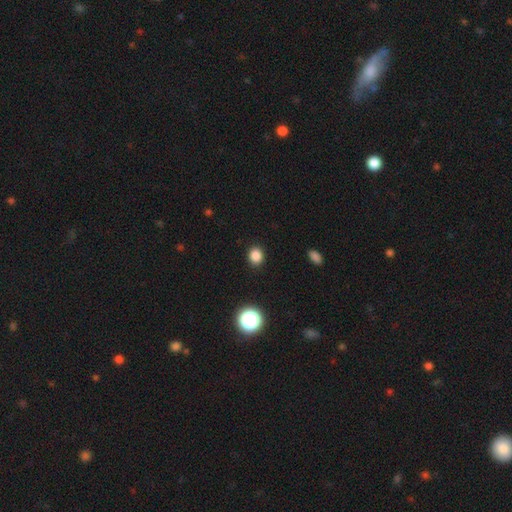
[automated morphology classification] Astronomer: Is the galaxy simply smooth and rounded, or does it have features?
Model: smooth — 84%.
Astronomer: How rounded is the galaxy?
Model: round — 67%.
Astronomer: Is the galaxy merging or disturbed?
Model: none — 90%.